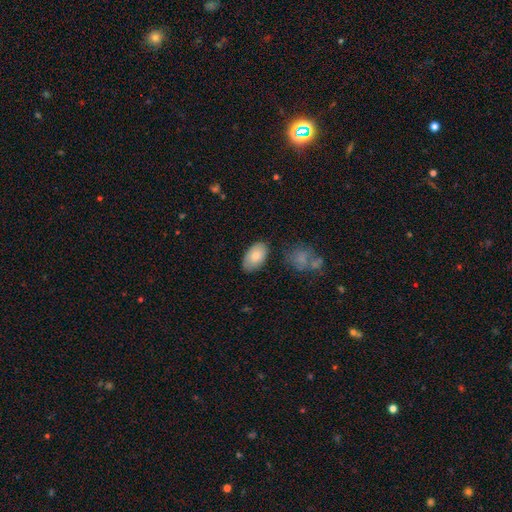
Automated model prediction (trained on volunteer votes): smooth_or_featured: smooth (p=0.82) [alt: featured or disk p=0.12]
how_rounded: in between (p=0.94) [alt: round p=0.05]
merging: none (p=0.80) [alt: minor disturbance p=0.14]